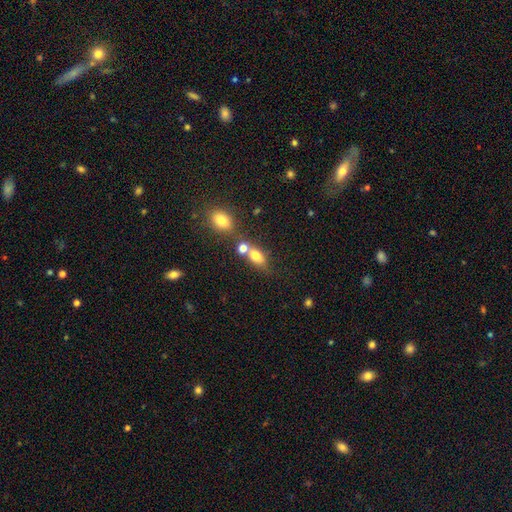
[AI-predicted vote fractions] A smooth galaxy with no disk features (76%) that is in between round and cigar-shaped (73%).

Vote fractions:
- Smooth or featured? smooth: 76% / featured or disk: 13% / star or artifact: 11%
- How rounded? in between: 73% / round: 20% / cigar-shaped: 7%
- Merging? merger: 42% / none: 41% / minor disturbance: 12% / major disturbance: 6%